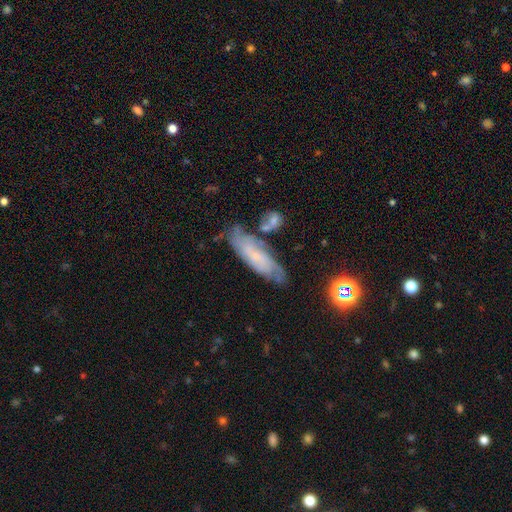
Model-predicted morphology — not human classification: Smooth or featured?
  - featured or disk: 56% *
  - smooth: 34%
  - star or artifact: 10%
Edge-on disk?
  - no: 78% *
  - yes: 22%
Merging?
  - none: 63% *
  - minor disturbance: 20%
  - merger: 10%
  - major disturbance: 7%